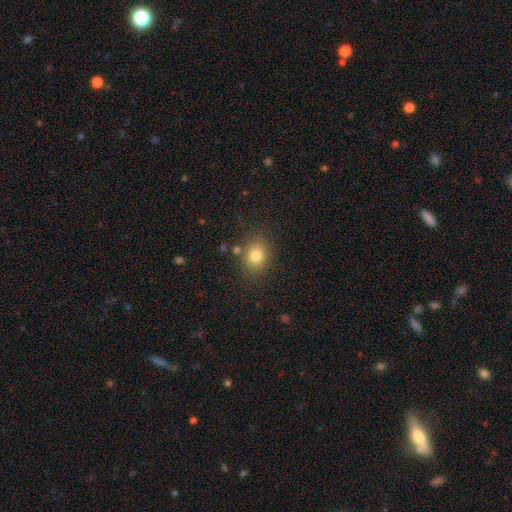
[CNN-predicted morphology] Smooth or featured? smooth (80%)
How rounded? round (55%)
Merging? none (80%)